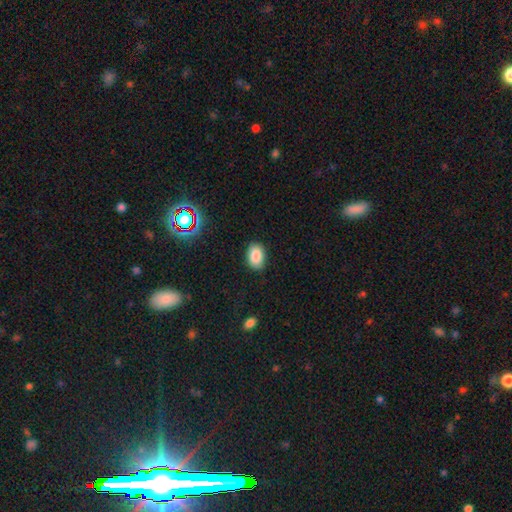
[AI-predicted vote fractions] Smooth or featured? Predicted: smooth (p=0.86). How rounded? Predicted: in between (p=0.85). Merging? Predicted: none (p=0.84).